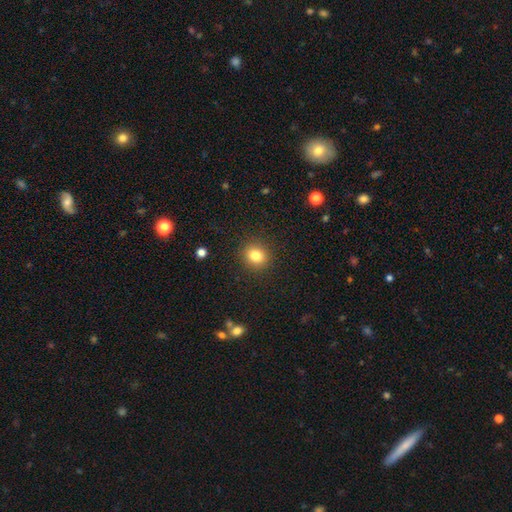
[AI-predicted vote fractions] Q: Smooth or featured?
A: smooth (82%); runner-up: star or artifact (11%)
Q: How rounded?
A: round (77%); runner-up: in between (22%)
Q: Merging?
A: none (90%); runner-up: minor disturbance (7%)